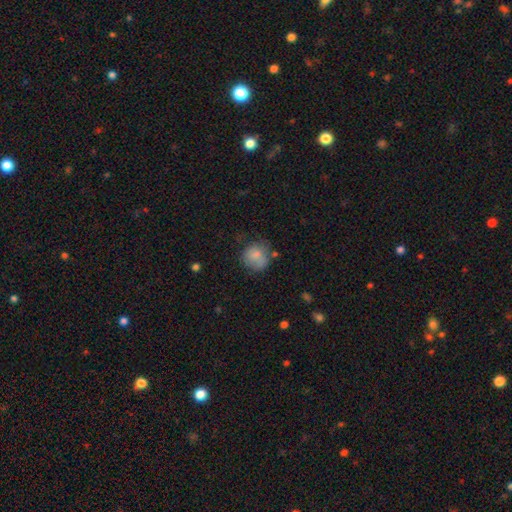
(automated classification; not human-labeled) smooth-or-featured: smooth: 79% | featured or disk: 13% | star or artifact: 9%
  how-rounded: round: 83% | in between: 16% | cigar-shaped: 1%
  merging: none: 57% | minor disturbance: 26% | major disturbance: 11% | merger: 6%